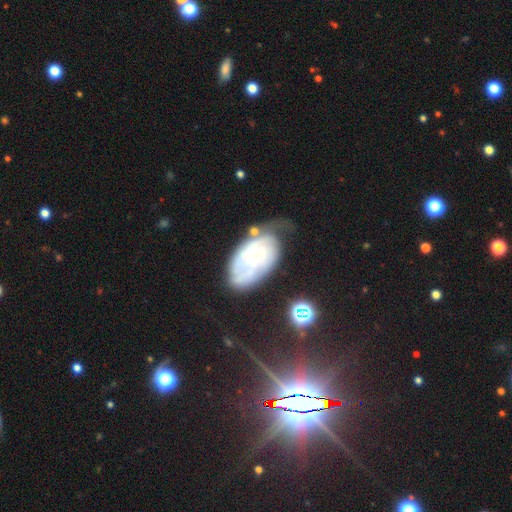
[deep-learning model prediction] smooth-or-featured: featured or disk: 71% | smooth: 21% | star or artifact: 8%
  disk-edge-on: no: 95% | yes: 5%
    bar: no: 79% | weak: 18% | strong: 4%
    has-spiral-arms: yes: 75% | no: 25%
      spiral-winding: tight: 65% | medium: 25% | loose: 11%
      spiral-arm-count: can't tell: 55% | 2: 20% | 1: 9% | 3: 9% | 4: 4% | more than 4: 3%
    bulge-size: small: 69% | moderate: 26% | none: 2% | large: 2% | dominant: 1%
  merging: none: 39% | minor disturbance: 33% | major disturbance: 22% | merger: 6%